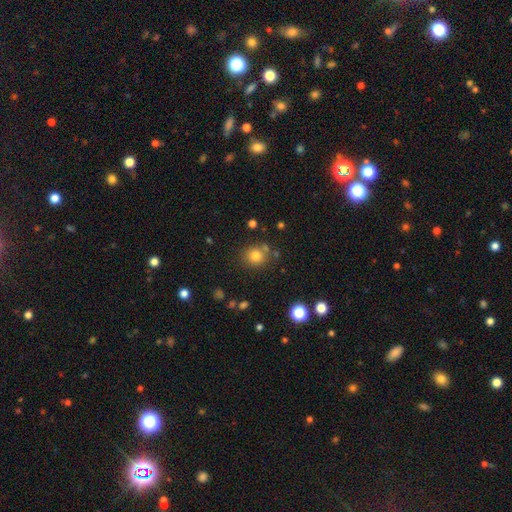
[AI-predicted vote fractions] A smooth galaxy with no disk features (79%) that is round (86%). Merging: none (77%).